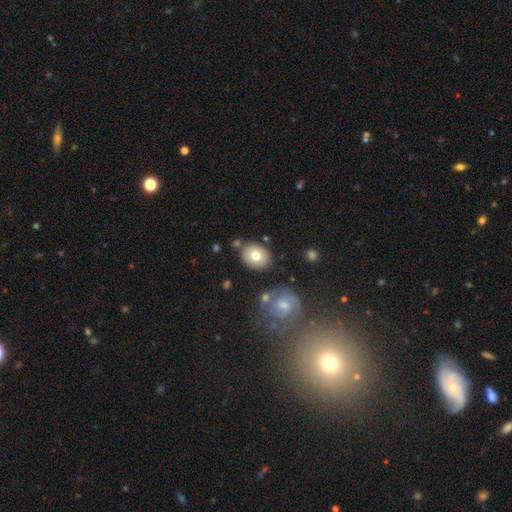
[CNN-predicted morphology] smooth 75%, featured or disk 18%, star or artifact 8%. Down the decision tree: how rounded — round (61%); merging — none (78%).